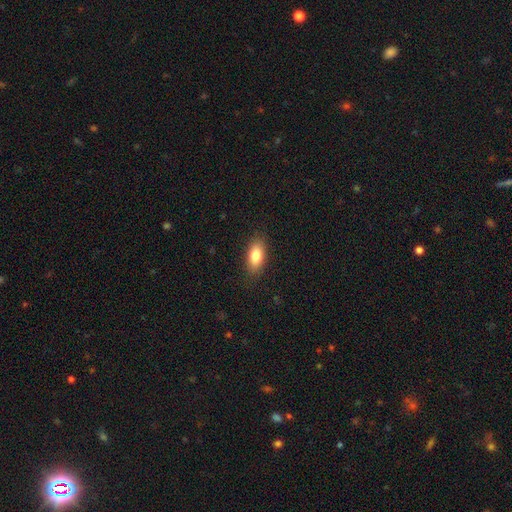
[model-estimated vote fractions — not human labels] The model was most divided on "smooth or featured": smooth: 82%, featured or disk: 10%, star or artifact: 7%. More confident: how rounded — in between (87%); merging — none (86%).